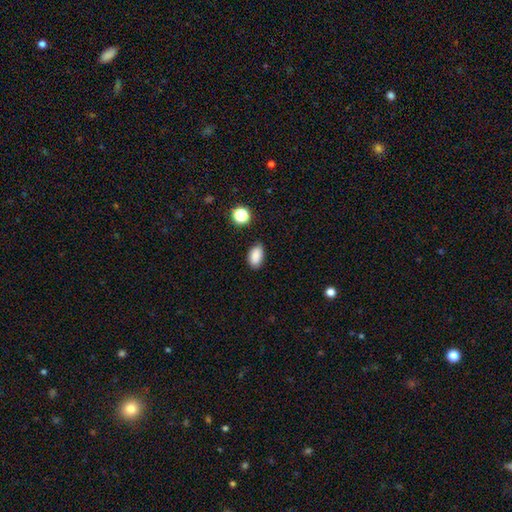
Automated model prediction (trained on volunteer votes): A smooth galaxy with no disk features (86%) that is in between round and cigar-shaped (91%). Merging: none (83%).